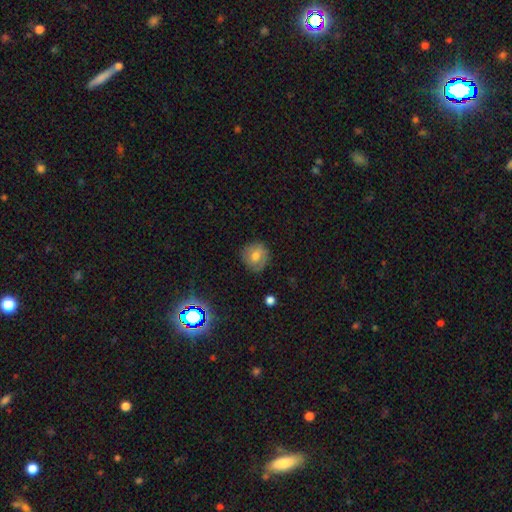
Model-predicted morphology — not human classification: Smooth or featured? smooth (67%)
How rounded? round (88%)
Merging? none (81%)